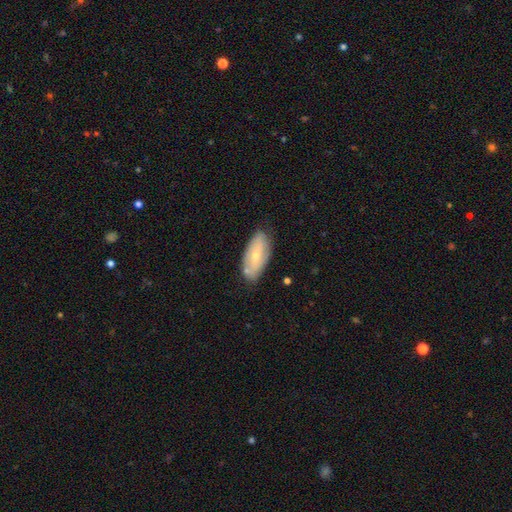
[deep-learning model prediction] Smooth or featured: smooth — 55% (featured or disk — 38%)
How rounded: in between — 88% (cigar-shaped — 9%)
Merging: none — 75% (minor disturbance — 19%)